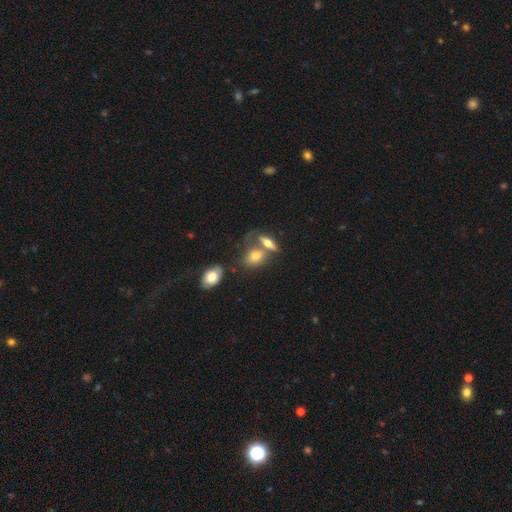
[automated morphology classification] smooth-or-featured: smooth: 67% | featured or disk: 22% | star or artifact: 11%
  how-rounded: in between: 72% | round: 21% | cigar-shaped: 7%
  merging: none: 44% | merger: 36% | minor disturbance: 13% | major disturbance: 6%